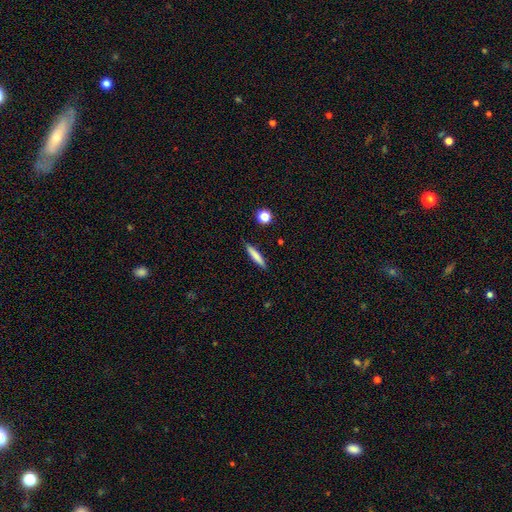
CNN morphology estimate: smooth_or_featured: smooth (p=0.77) [alt: featured or disk p=0.17]
how_rounded: cigar-shaped (p=0.91) [alt: in between p=0.07]
merging: none (p=0.87) [alt: minor disturbance p=0.09]